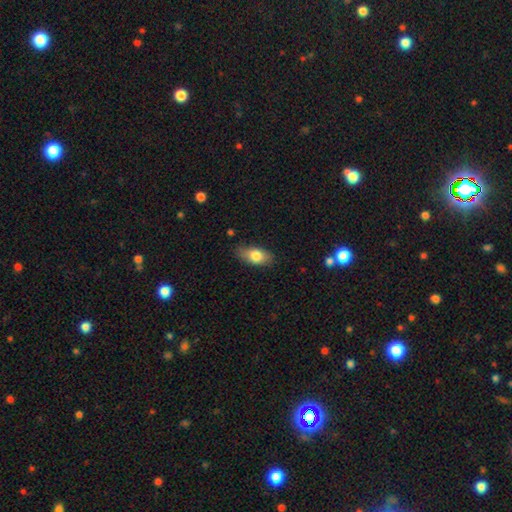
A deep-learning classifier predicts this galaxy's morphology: The model was most divided on "smooth or featured": smooth: 78%, featured or disk: 16%, star or artifact: 7%. More confident: how rounded — in between (86%); merging — none (79%).